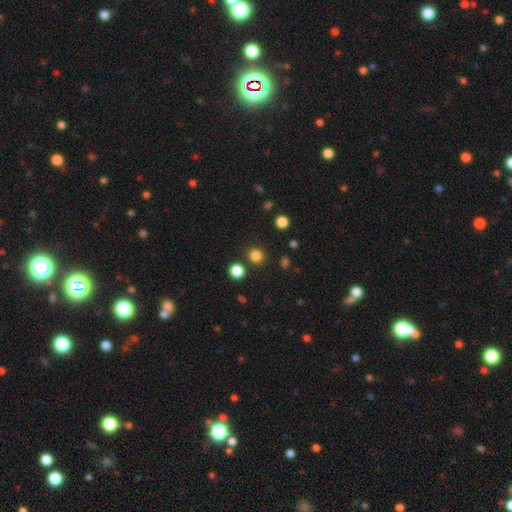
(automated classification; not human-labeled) The model was most divided on "smooth or featured": smooth: 82%, star or artifact: 15%, featured or disk: 3%. More confident: how rounded — round (92%); merging — none (86%).